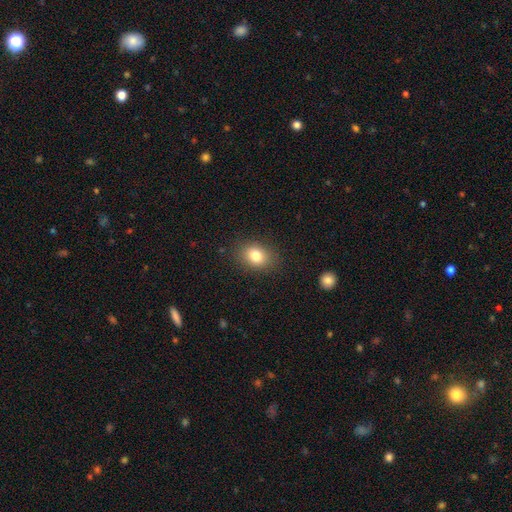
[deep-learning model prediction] smooth 81%, star or artifact 11%, featured or disk 8%. Down the decision tree: how rounded — in between (59%); merging — none (86%).